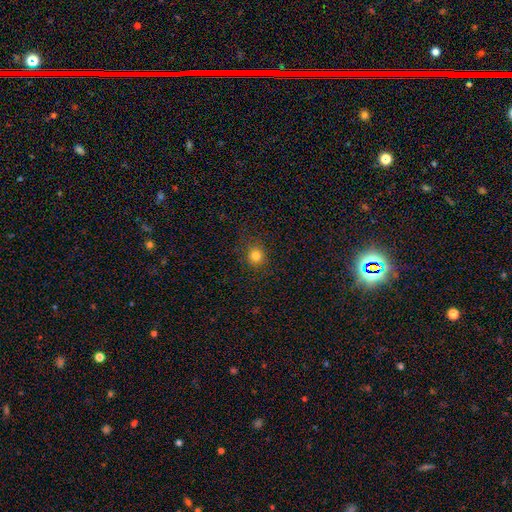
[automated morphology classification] This is clearly a smooth galaxy (81%). How rounded: clearly round (91%). Merging: clearly none (87%).